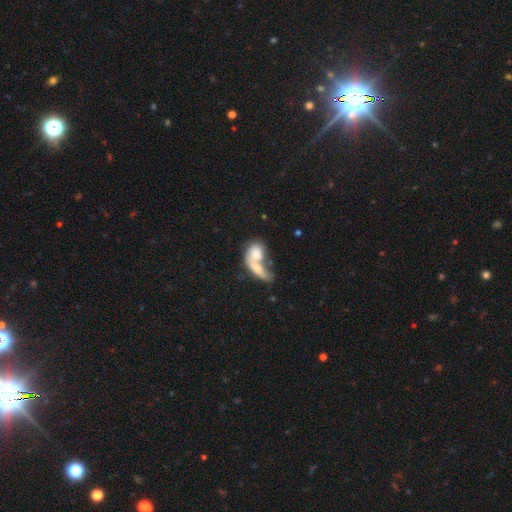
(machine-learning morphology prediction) This appears to be a smooth galaxy with no disk features (65%) that is in between round and cigar-shaped (71%). Merging: merger (71%).